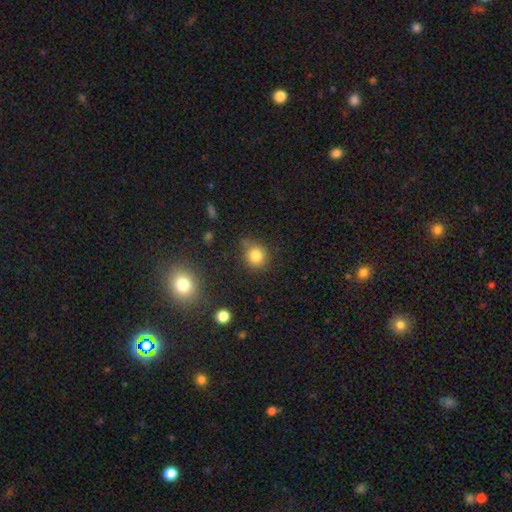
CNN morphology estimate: smooth 81%, star or artifact 12%, featured or disk 6%. Down the decision tree: how rounded — round (80%); merging — none (69%).